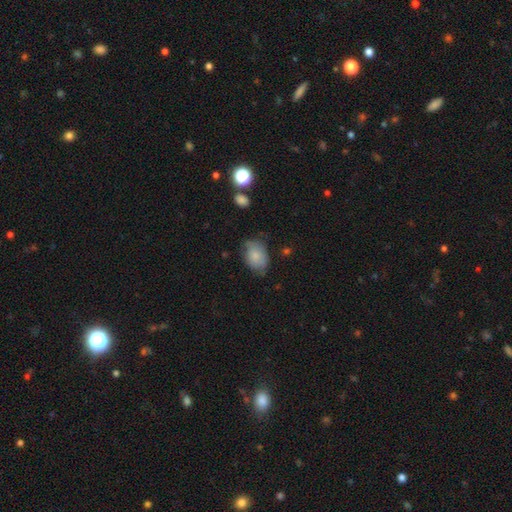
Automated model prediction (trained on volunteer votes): Q: Smooth or featured?
A: smooth (77%); runner-up: featured or disk (16%)
Q: How rounded?
A: in between (82%); runner-up: round (17%)
Q: Merging?
A: none (61%); runner-up: minor disturbance (30%)